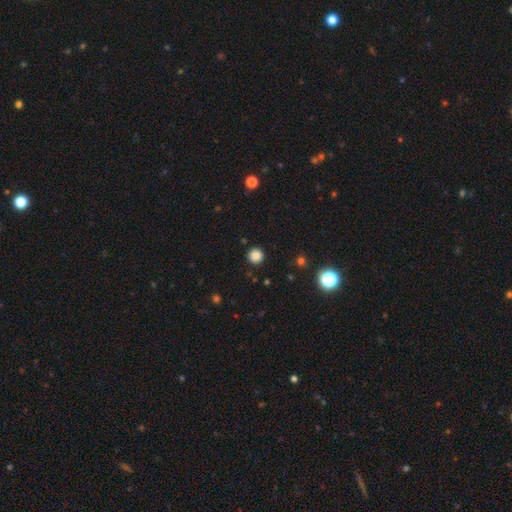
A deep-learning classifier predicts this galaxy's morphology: smooth_or_featured: smooth (p=0.85) [alt: star or artifact p=0.12]
how_rounded: round (p=0.95) [alt: in between p=0.04]
merging: none (p=0.92) [alt: minor disturbance p=0.05]